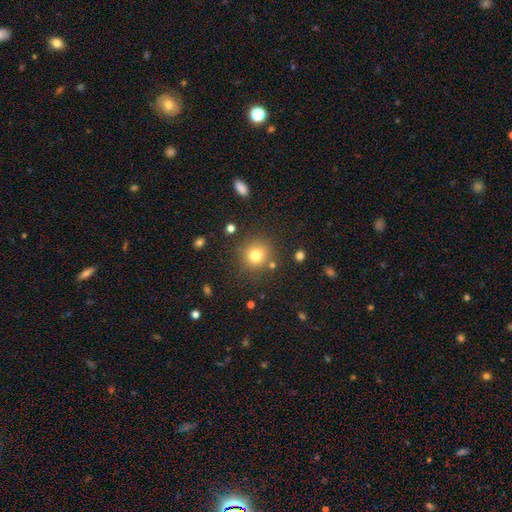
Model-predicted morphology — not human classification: A smooth galaxy with no disk features (76%) that is round (92%). Merging: none (83%).